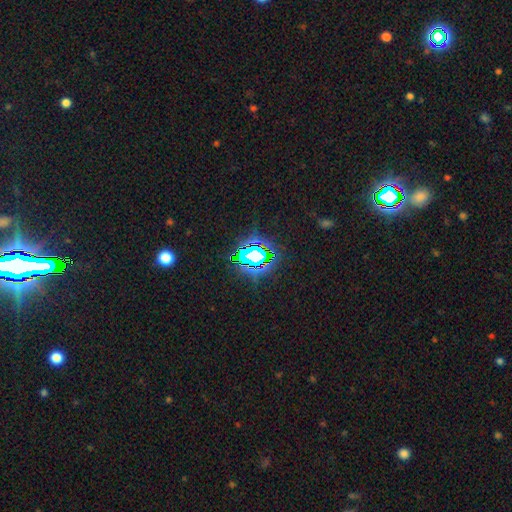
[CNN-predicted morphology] Smooth or featured? Predicted: star or artifact (p=0.74).